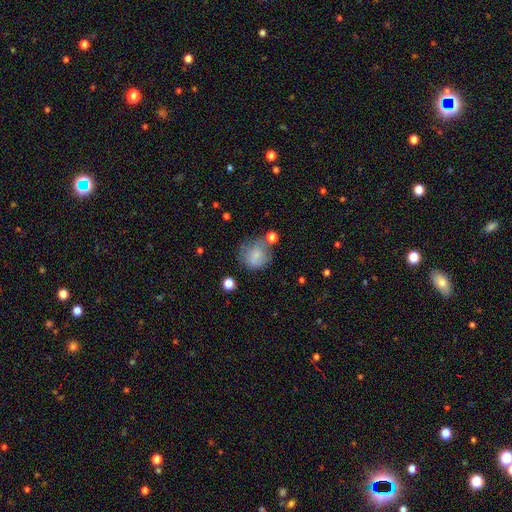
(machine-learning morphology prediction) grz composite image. It shows a smooth galaxy with no disk features (71%) that is round (77%). Merging: none (51%).